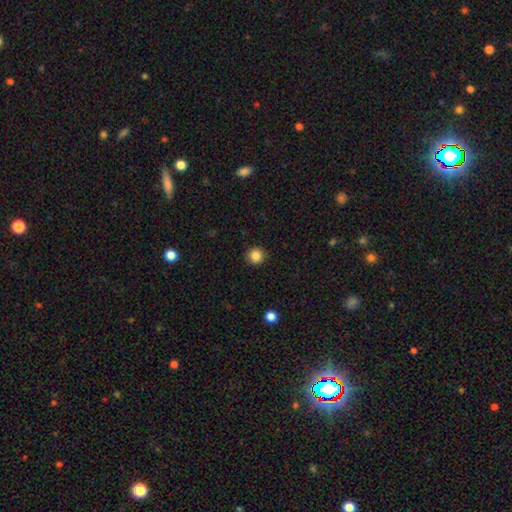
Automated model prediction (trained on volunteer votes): Q: Smooth or featured?
A: smooth (85%); runner-up: star or artifact (11%)
Q: How rounded?
A: round (94%); runner-up: in between (5%)
Q: Merging?
A: none (92%); runner-up: minor disturbance (5%)